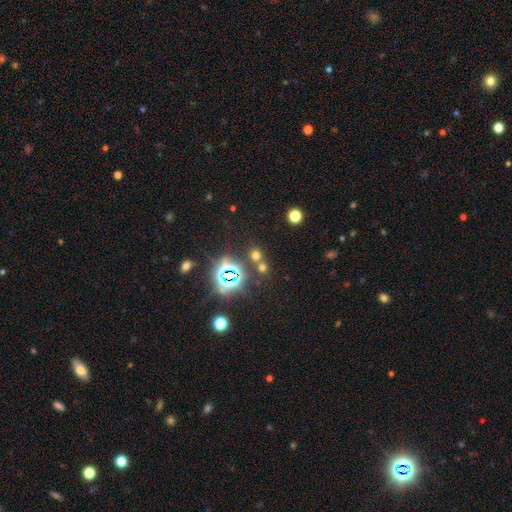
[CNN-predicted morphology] smooth-or-featured: smooth: 48% | star or artifact: 44% | featured or disk: 8%
  merging: none: 66% | merger: 22% | minor disturbance: 8% | major disturbance: 4%